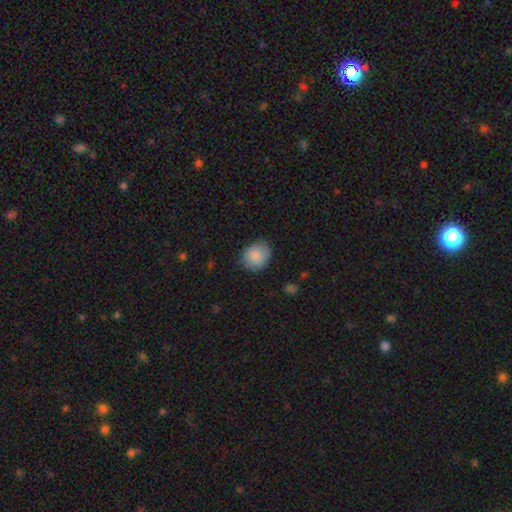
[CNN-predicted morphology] This appears to be a smooth galaxy with no disk features (86%) that is round (69%). Merging: none (73%).